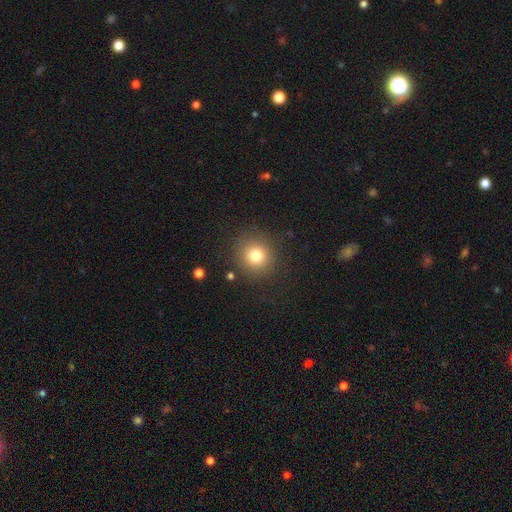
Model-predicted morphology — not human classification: This appears to be a smooth galaxy with no disk features (78%) that is round (91%). Merging: none (88%).